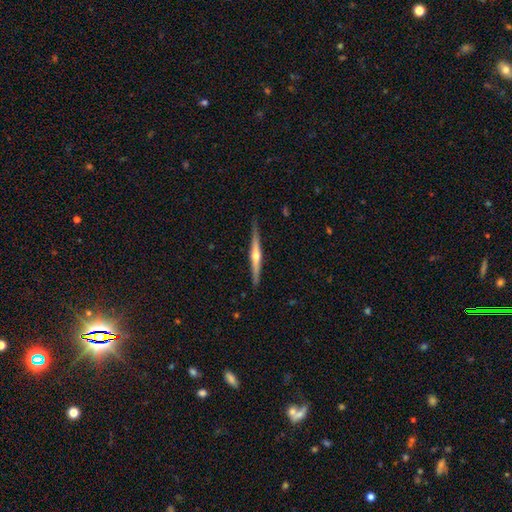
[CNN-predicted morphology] The model was most divided on "smooth or featured": featured or disk: 72%, smooth: 23%, star or artifact: 5%. More confident: edge-on disk — yes (98%); merging — none (88%); edge-on bulge — rounded (87%).